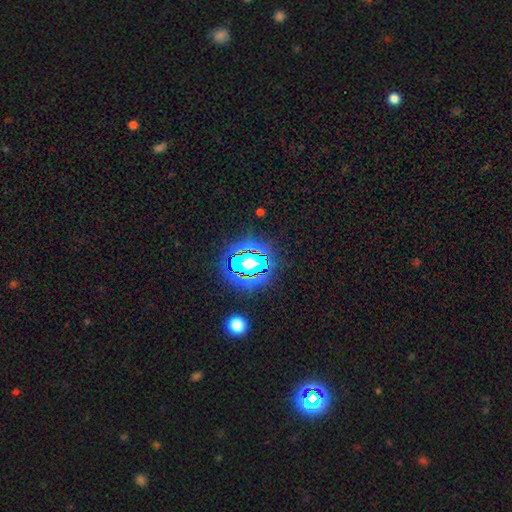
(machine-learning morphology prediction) A star or artifact, not a galaxy (80%).